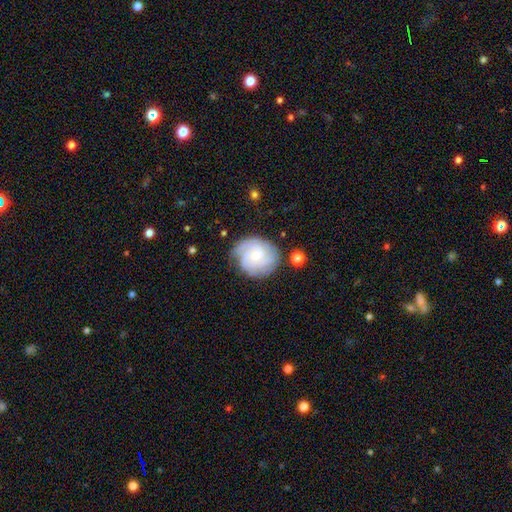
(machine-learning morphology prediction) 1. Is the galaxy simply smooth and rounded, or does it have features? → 78% featured or disk, 16% smooth, 6% star or artifact.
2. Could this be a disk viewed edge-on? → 98% no, 2% yes.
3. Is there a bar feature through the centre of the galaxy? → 69% no, 27% weak, 4% strong.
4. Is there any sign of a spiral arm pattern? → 96% yes, 4% no.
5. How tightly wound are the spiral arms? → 64% tight, 30% medium, 7% loose.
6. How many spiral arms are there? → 31% 3, 26% can't tell, 18% 4, 14% 2, 6% more than 4, 5% 1.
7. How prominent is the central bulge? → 67% small, 28% moderate, 2% none, 2% large, 1% dominant.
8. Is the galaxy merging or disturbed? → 74% none, 17% minor disturbance, 6% major disturbance, 3% merger.